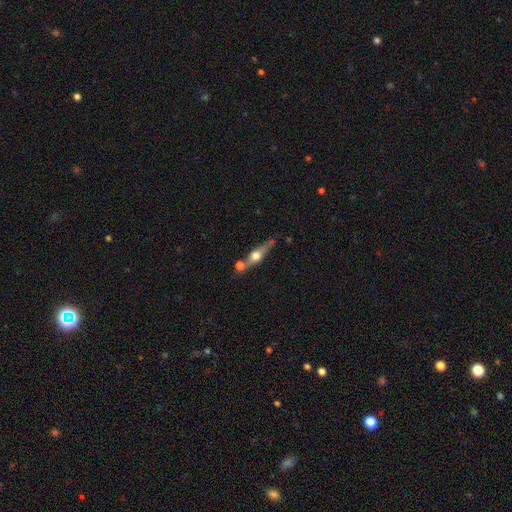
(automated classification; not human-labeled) This is likely a featured or disk galaxy (67%). It is clearly viewed edge-on (93%). Edge-on bulge: clearly rounded (95%). Merging: likely none (61%).